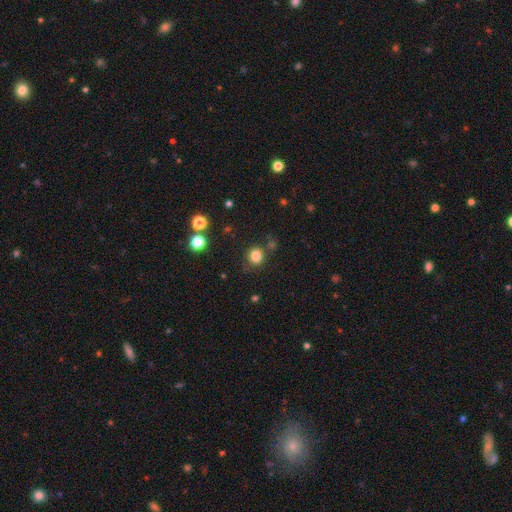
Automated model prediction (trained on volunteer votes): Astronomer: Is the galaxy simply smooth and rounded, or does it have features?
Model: smooth — 82%.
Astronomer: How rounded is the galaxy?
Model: round — 81%.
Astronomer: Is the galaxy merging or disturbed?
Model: none — 78%.